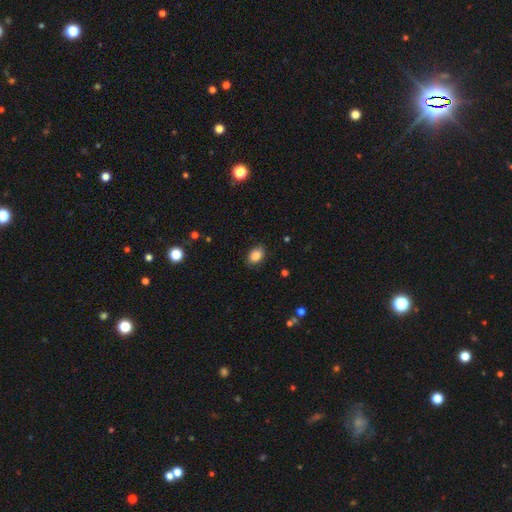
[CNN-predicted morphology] The model was most divided on "how rounded": in between: 76%, round: 23%, cigar-shaped: 1%. More confident: merging — none (86%); smooth or featured — smooth (86%).